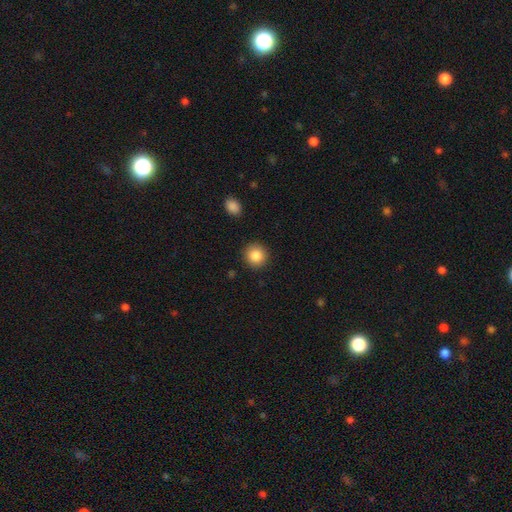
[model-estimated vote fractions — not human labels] A smooth galaxy with no disk features (85%) that is round (92%). Merging: none (90%).